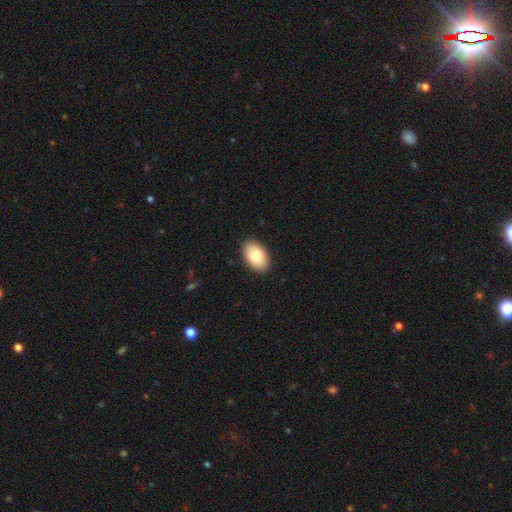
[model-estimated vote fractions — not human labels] Overall: smooth (81%). How rounded: in between (93%). Merging: none (90%).